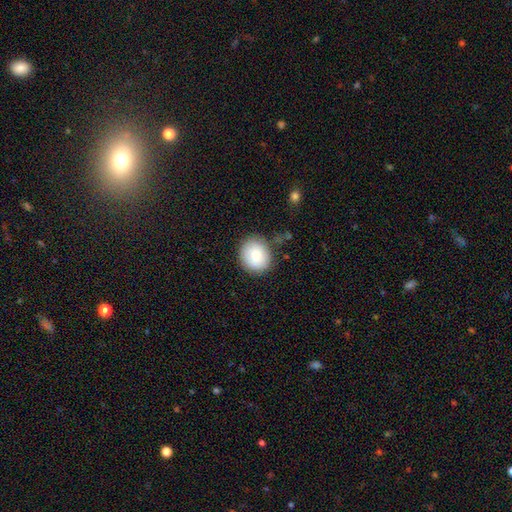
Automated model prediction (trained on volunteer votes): smooth 79%, featured or disk 13%, star or artifact 8%. Down the decision tree: how rounded — round (76%); merging — none (80%).